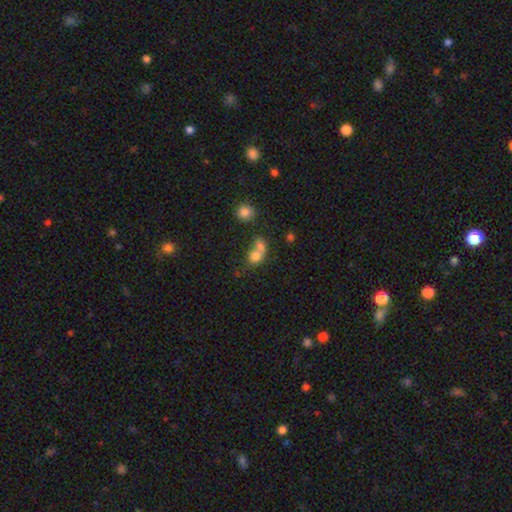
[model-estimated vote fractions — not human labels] Smooth or featured? Predicted: smooth (p=0.74). How rounded? Predicted: round (p=0.62). Merging? Predicted: merger (p=0.64).